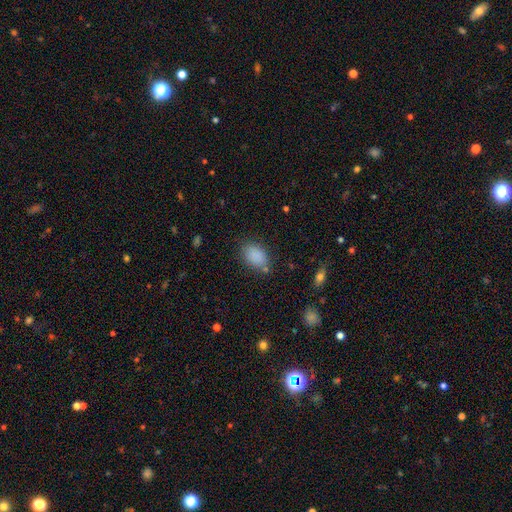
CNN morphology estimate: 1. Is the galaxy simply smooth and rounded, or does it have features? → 86% smooth, 9% star or artifact, 5% featured or disk.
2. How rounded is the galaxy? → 86% in between, 13% round, 2% cigar-shaped.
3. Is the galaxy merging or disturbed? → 76% none, 15% minor disturbance, 5% major disturbance, 4% merger.